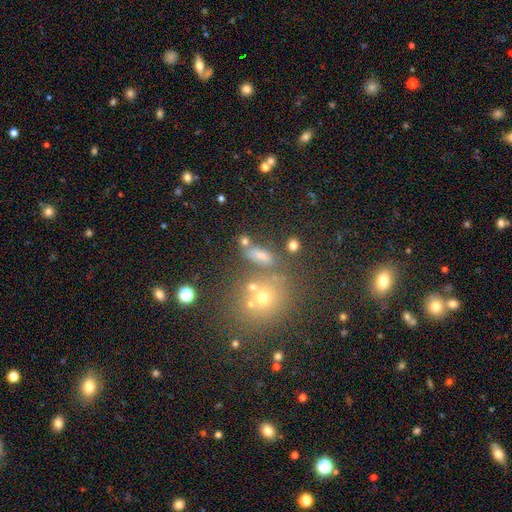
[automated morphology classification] This is possibly a smooth galaxy (52%). How rounded: possibly in between (53%). Merging: likely none (63%).